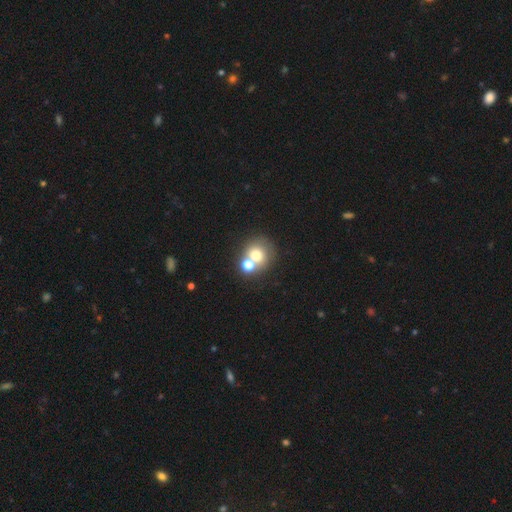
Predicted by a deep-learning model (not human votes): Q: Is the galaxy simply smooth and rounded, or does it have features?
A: smooth — 70%.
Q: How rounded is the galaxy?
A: round — 79%.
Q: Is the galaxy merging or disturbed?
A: merger — 47%.